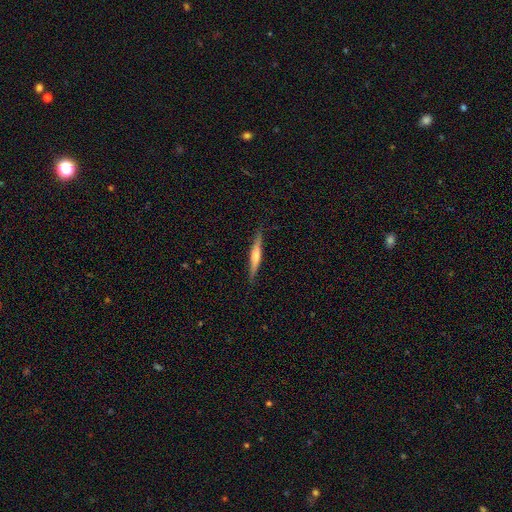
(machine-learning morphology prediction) smooth-or-featured: featured or disk: 54% | smooth: 40% | star or artifact: 6%
  disk-edge-on: yes: 97% | no: 3%
    edge-on-bulge: rounded: 66% | none: 17% | boxy: 17%
  merging: none: 88% | minor disturbance: 9% | major disturbance: 2% | merger: 1%